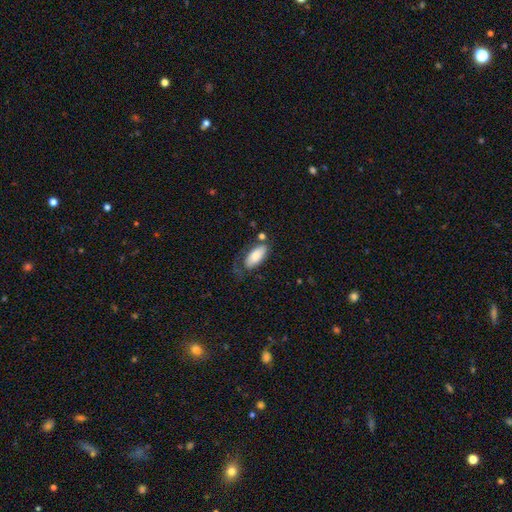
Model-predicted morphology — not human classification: smooth-or-featured: smooth: 77% | featured or disk: 16% | star or artifact: 6%
  how-rounded: in between: 89% | cigar-shaped: 9% | round: 2%
  merging: none: 51% | minor disturbance: 25% | major disturbance: 17% | merger: 7%